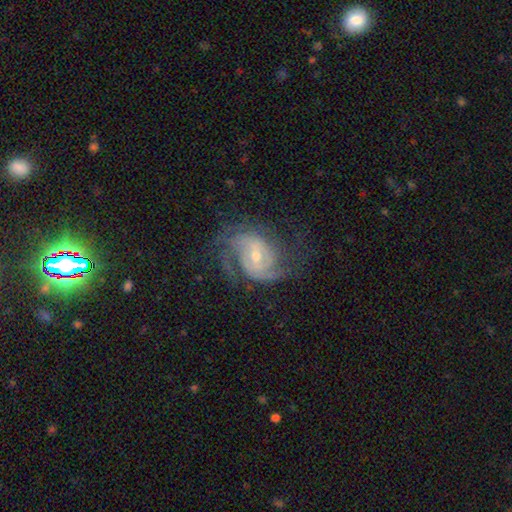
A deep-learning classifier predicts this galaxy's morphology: type=featured or disk (86%); edge-on=no (97%); bar=weak (44%); spiral arms=yes (95%); winding=medium (44%); arm count=2 (47%); bulge=moderate (48%, tied with small); merging=none (61%).